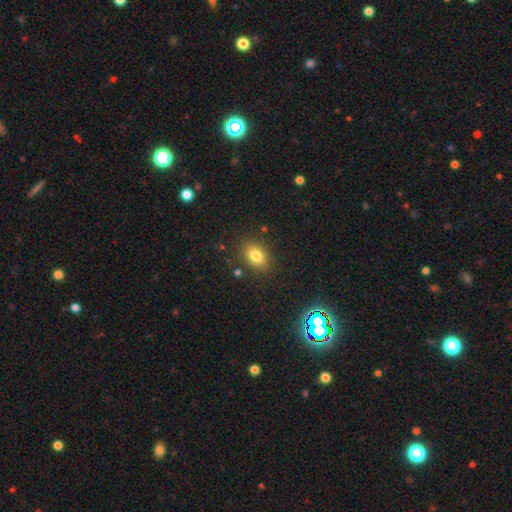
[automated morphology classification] A smooth galaxy with no disk features (81%) that is in between round and cigar-shaped (75%). Merging: none (83%).